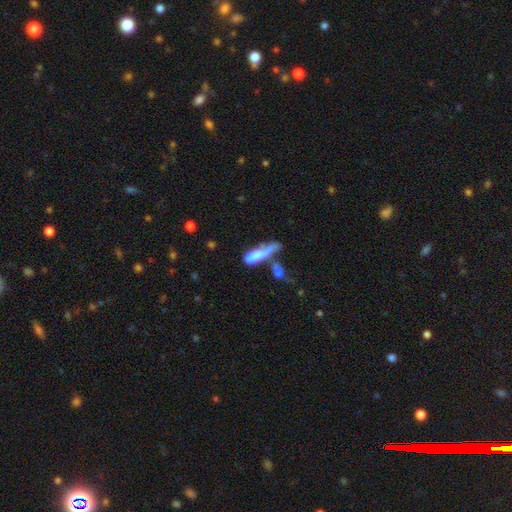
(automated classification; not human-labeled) Smooth or featured: smooth — 50% (featured or disk — 40%)
Merging: merger — 42% (major disturbance — 27%)